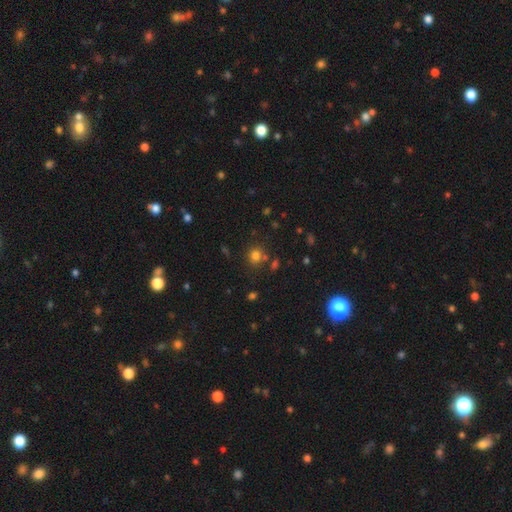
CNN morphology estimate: Smooth or featured: smooth — 76% (star or artifact — 17%)
How rounded: round — 83% (in between — 17%)
Merging: none — 74% (merger — 12%)